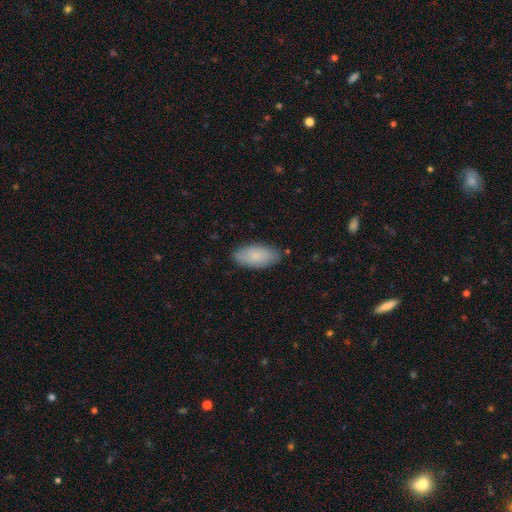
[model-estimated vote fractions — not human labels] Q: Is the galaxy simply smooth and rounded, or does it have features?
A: smooth — 80%.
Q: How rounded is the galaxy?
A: in between — 92%.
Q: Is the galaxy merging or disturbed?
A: none — 82%.